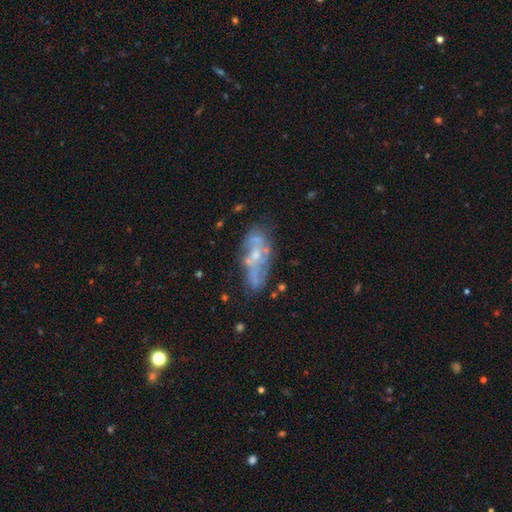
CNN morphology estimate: smooth_or_featured: featured or disk (p=0.67) [alt: smooth p=0.23]
disk_edge_on: no (p=0.89) [alt: yes p=0.11]
bar: no (p=0.78) [alt: weak p=0.18]
has_spiral_arms: no (p=0.64) [alt: yes p=0.36]
bulge_size: small (p=0.47) [alt: moderate p=0.30]
merging: none (p=0.54) [alt: minor disturbance p=0.21]